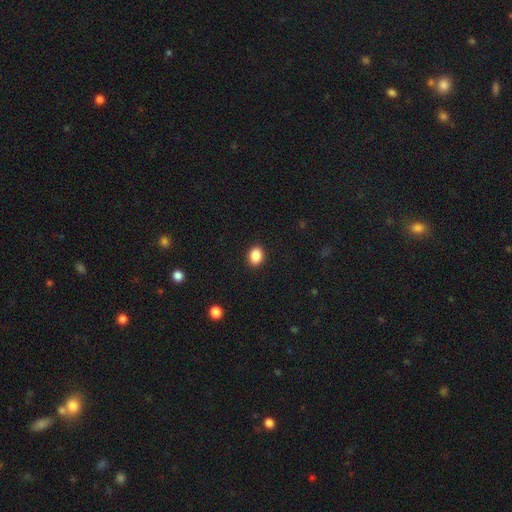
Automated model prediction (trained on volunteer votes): Smooth or featured?
  - smooth: 88% *
  - star or artifact: 9%
  - featured or disk: 3%
How rounded?
  - in between: 65% *
  - round: 34%
  - cigar-shaped: 1%
Merging?
  - none: 91% *
  - minor disturbance: 6%
  - major disturbance: 2%
  - merger: 1%